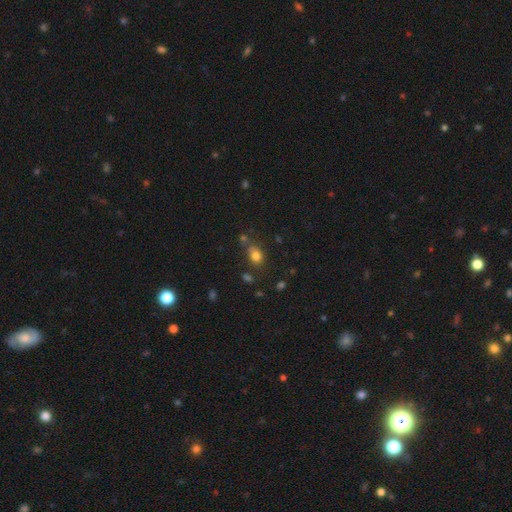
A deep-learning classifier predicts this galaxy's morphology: Smooth or featured? Predicted: smooth (p=0.78). How rounded? Predicted: in between (p=0.55). Merging? Predicted: none (p=0.60).